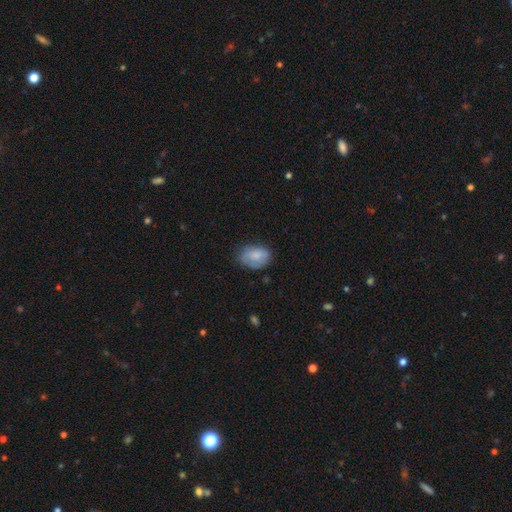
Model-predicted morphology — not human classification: Smooth or featured? smooth (78%)
How rounded? in between (75%)
Merging? none (63%)